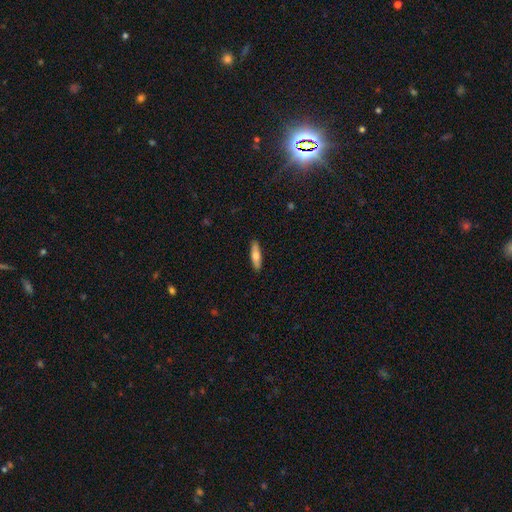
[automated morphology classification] A smooth galaxy with no disk features (63%) that is cigar-shaped (70%). Merging: none (90%).